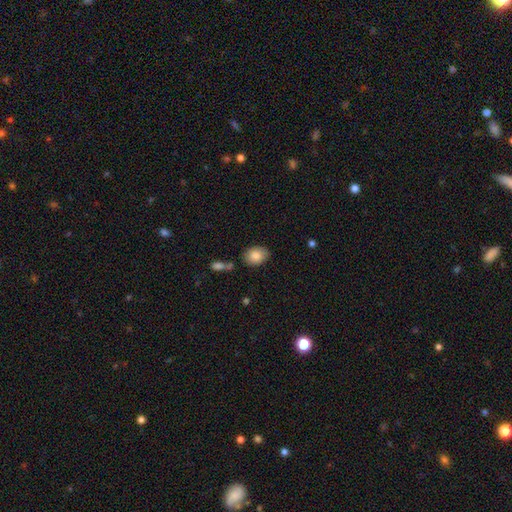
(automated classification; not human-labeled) smooth 85%, featured or disk 8%, star or artifact 7%. Down the decision tree: how rounded — in between (71%); merging — none (78%).